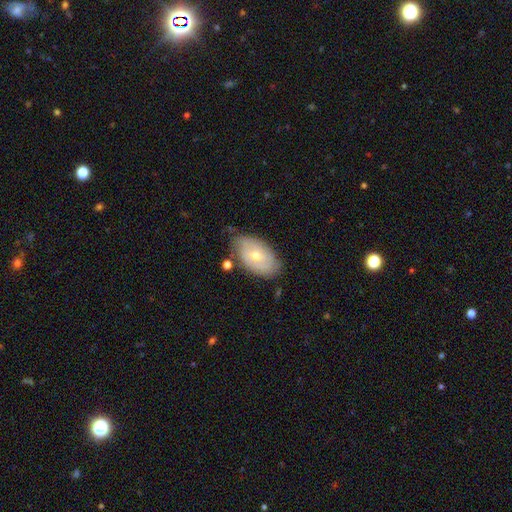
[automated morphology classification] smooth_or_featured: featured or disk (p=0.56) [alt: smooth p=0.37]
disk_edge_on: no (p=0.92) [alt: yes p=0.08]
bar: no (p=0.70) [alt: weak p=0.25]
has_spiral_arms: yes (p=0.67) [alt: no p=0.33]
bulge_size: moderate (p=0.51) [alt: small p=0.46]
merging: none (p=0.71) [alt: minor disturbance p=0.22]